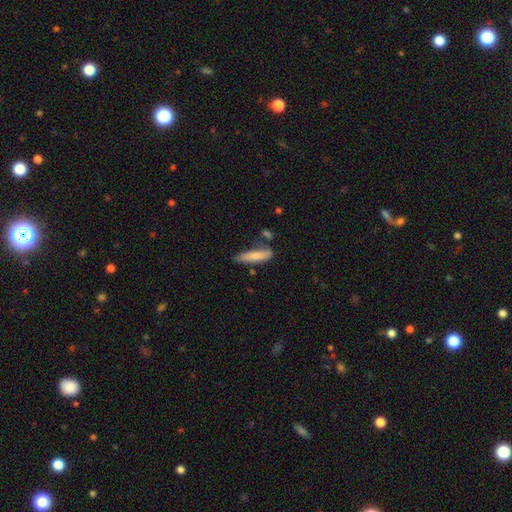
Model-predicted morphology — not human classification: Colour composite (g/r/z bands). It shows a smooth galaxy with no disk features (80%) that is cigar-shaped (69%). Merging: none (60%).